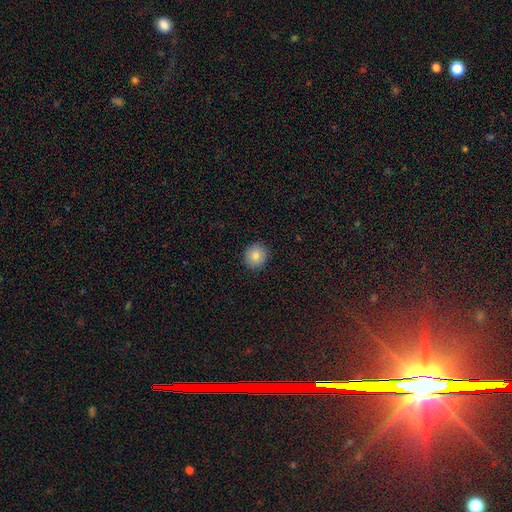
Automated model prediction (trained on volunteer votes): Smooth or featured? smooth (82%)
How rounded? round (91%)
Merging? none (92%)